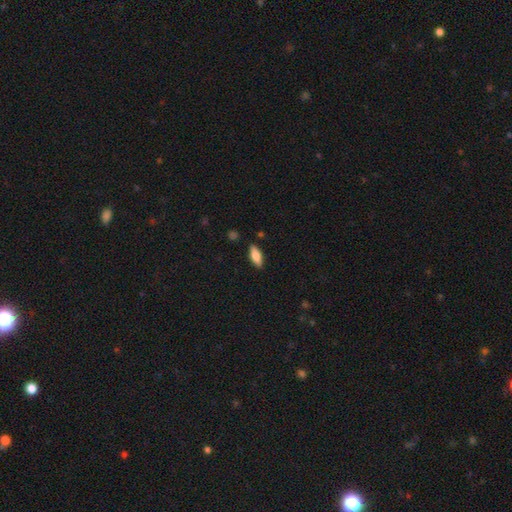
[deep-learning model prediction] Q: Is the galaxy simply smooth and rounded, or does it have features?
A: smooth — 74%.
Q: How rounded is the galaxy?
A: in between — 73%.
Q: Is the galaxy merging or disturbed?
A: none — 86%.